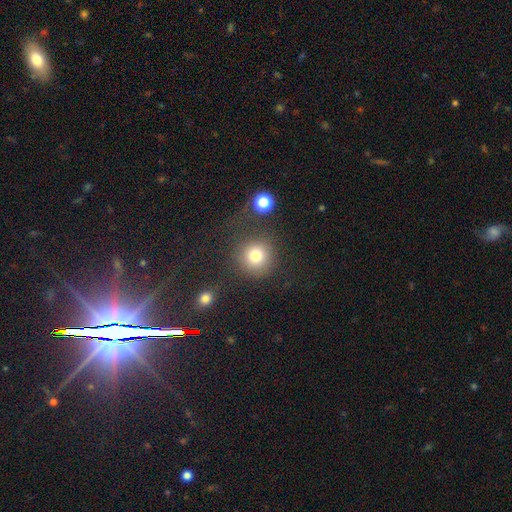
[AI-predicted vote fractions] smooth_or_featured: smooth (p=0.79) [alt: star or artifact p=0.12]
how_rounded: round (p=0.92) [alt: in between p=0.07]
merging: none (p=0.75) [alt: minor disturbance p=0.11]